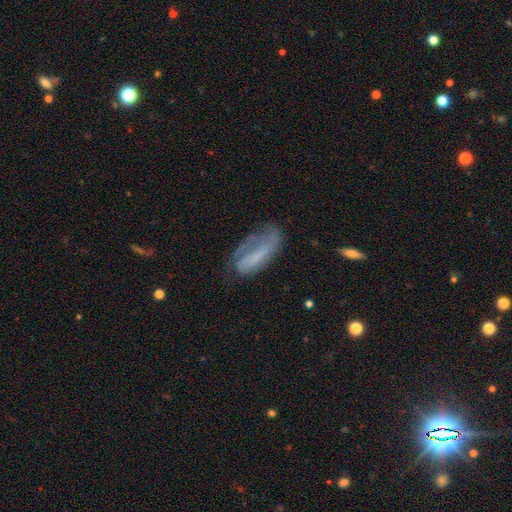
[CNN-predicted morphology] Q: Smooth or featured?
A: featured or disk (51%); runner-up: smooth (40%)
Q: Edge-on disk?
A: no (89%); runner-up: yes (11%)
Q: Merging?
A: none (42%); runner-up: major disturbance (29%)